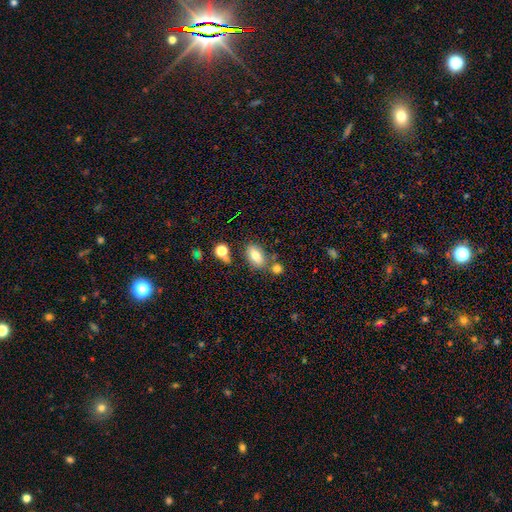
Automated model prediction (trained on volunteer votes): Smooth or featured?
  - smooth: 77% *
  - featured or disk: 13%
  - star or artifact: 10%
How rounded?
  - in between: 87% *
  - round: 9%
  - cigar-shaped: 4%
Merging?
  - none: 66% *
  - merger: 16%
  - minor disturbance: 14%
  - major disturbance: 4%